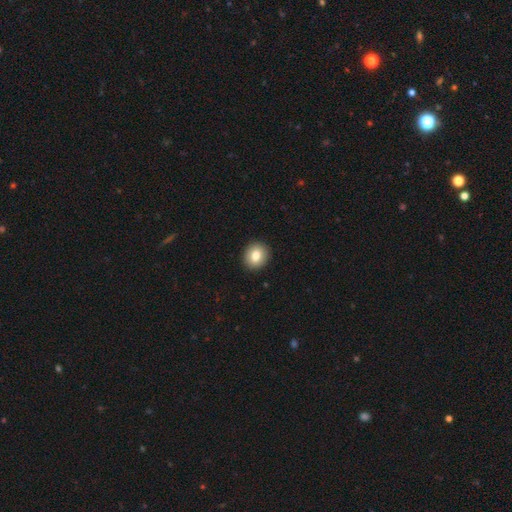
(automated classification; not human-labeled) Smooth or featured? Predicted: smooth (p=0.81). How rounded? Predicted: round (p=0.78). Merging? Predicted: none (p=0.92).